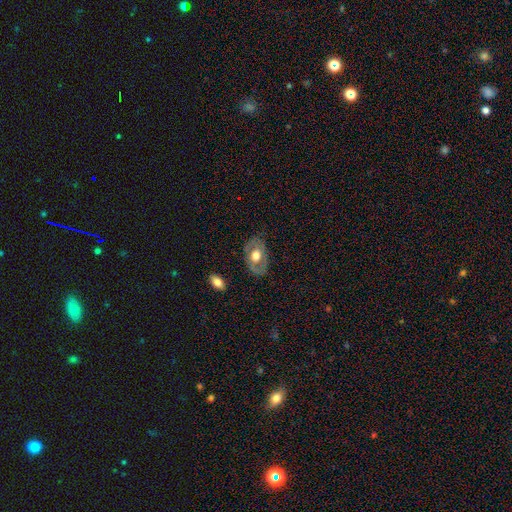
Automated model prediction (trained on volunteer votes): Smooth or featured: featured or disk — 54% (smooth — 39%)
Edge-on disk: no — 91% (yes — 9%)
Merging: none — 72% (minor disturbance — 19%)